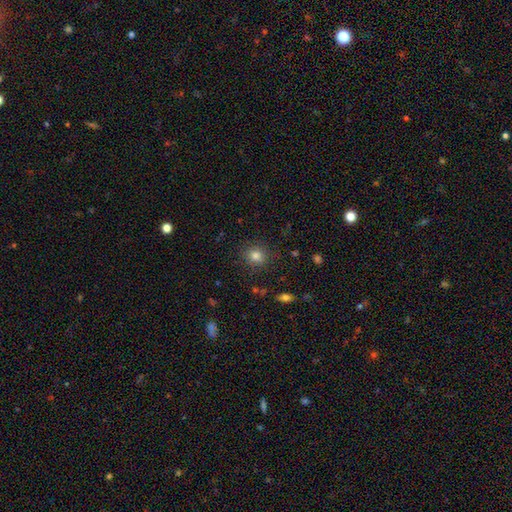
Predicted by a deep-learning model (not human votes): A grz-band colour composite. It shows a smooth galaxy with no disk features (81%) that is round (81%). Merging: none (85%).